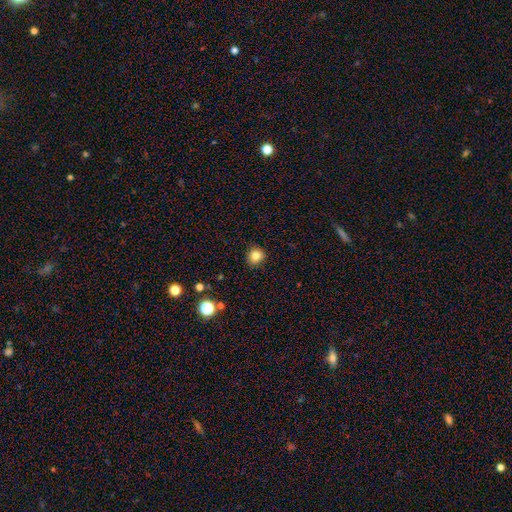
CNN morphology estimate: A smooth galaxy with no disk features (82%) that is round (89%).

Vote fractions:
- Smooth or featured? smooth: 82% / star or artifact: 12% / featured or disk: 6%
- How rounded? round: 89% / in between: 10% / cigar-shaped: 1%
- Merging? none: 89% / minor disturbance: 8% / major disturbance: 2% / merger: 1%